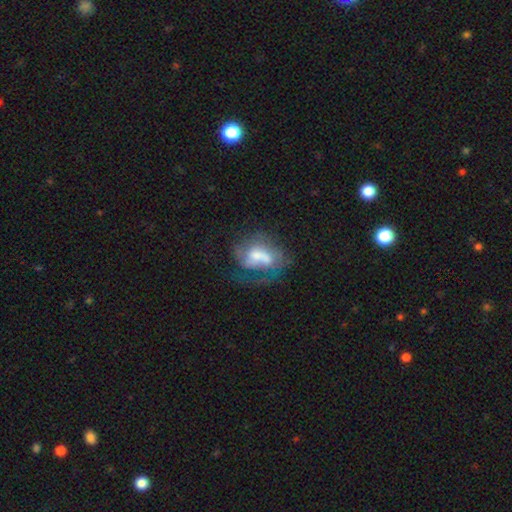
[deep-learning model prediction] Smooth or featured?
  - featured or disk: 64% *
  - smooth: 24%
  - star or artifact: 12%
Edge-on disk?
  - no: 96% *
  - yes: 4%
Bar?
  - no: 47% *
  - weak: 38%
  - strong: 15%
Spiral arms?
  - yes: 74% *
  - no: 26%
Bulge size?
  - moderate: 43% *
  - small: 30%
  - large: 13%
  - none: 11%
  - dominant: 3%
Merging?
  - none: 45% *
  - major disturbance: 28%
  - minor disturbance: 19%
  - merger: 9%